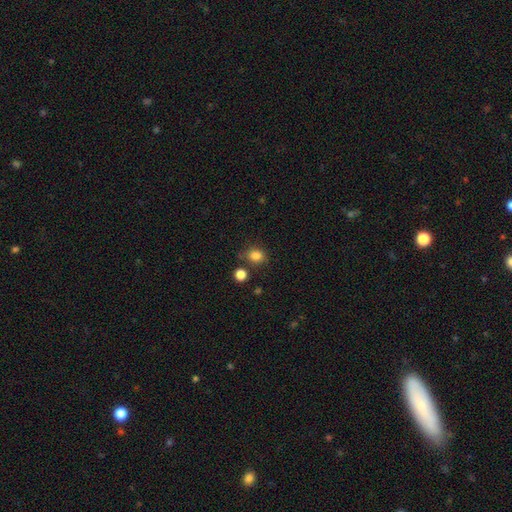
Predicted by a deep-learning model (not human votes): Q: Smooth or featured?
A: smooth (83%); runner-up: star or artifact (12%)
Q: How rounded?
A: round (56%); runner-up: in between (43%)
Q: Merging?
A: none (73%); runner-up: minor disturbance (15%)